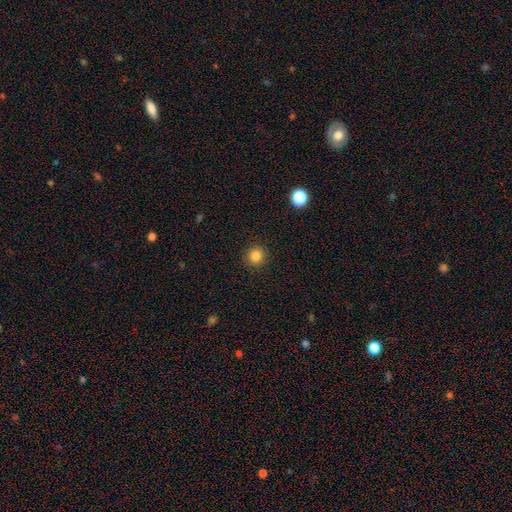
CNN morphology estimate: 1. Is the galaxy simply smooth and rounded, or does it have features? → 84% smooth, 12% star or artifact, 4% featured or disk.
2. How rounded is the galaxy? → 93% round, 6% in between, 1% cigar-shaped.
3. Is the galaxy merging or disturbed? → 92% none, 5% minor disturbance, 2% major disturbance, 1% merger.